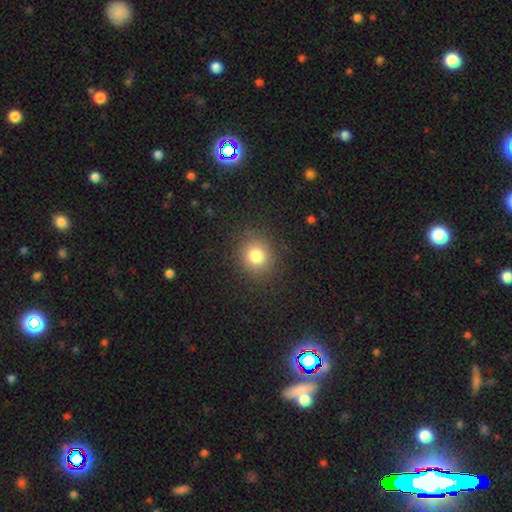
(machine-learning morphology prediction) A smooth galaxy with no disk features (80%) that is round (80%).

Vote fractions:
- Smooth or featured? smooth: 80% / star or artifact: 12% / featured or disk: 7%
- How rounded? round: 80% / in between: 19% / cigar-shaped: 1%
- Merging? none: 87% / minor disturbance: 8% / major disturbance: 3% / merger: 1%